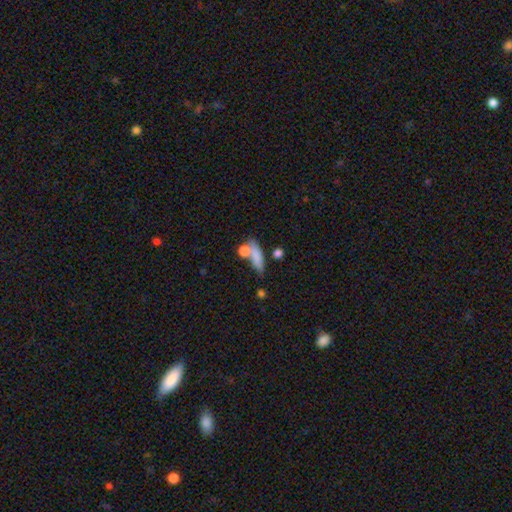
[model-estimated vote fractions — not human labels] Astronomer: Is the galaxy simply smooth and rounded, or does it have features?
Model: smooth — 77%.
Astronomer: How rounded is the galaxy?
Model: cigar-shaped — 46% (runner-up: in between, 44%).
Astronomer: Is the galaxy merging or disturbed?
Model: none — 53%.